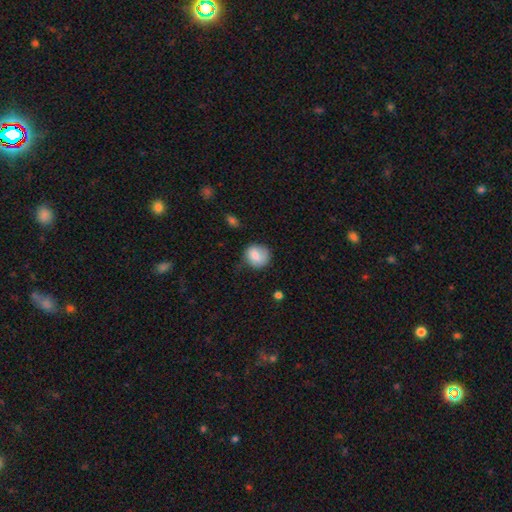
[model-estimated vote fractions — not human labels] smooth-or-featured: smooth: 80% | featured or disk: 12% | star or artifact: 8%
  how-rounded: round: 79% | in between: 20% | cigar-shaped: 1%
  merging: none: 62% | minor disturbance: 28% | major disturbance: 8% | merger: 2%